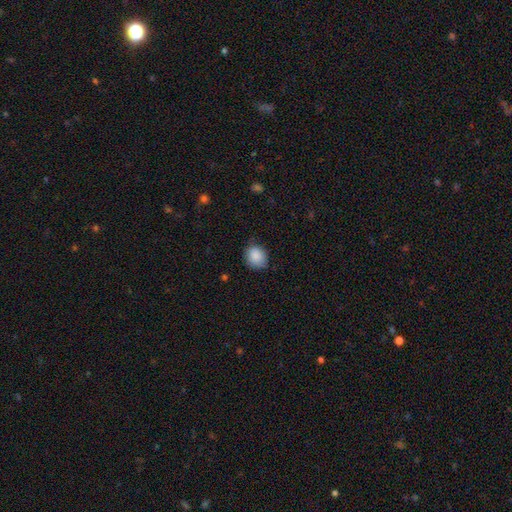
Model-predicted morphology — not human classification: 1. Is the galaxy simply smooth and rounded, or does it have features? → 88% smooth, 8% star or artifact, 5% featured or disk.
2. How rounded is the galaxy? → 64% round, 35% in between, 1% cigar-shaped.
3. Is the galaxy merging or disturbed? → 76% none, 20% minor disturbance, 3% major disturbance, 1% merger.